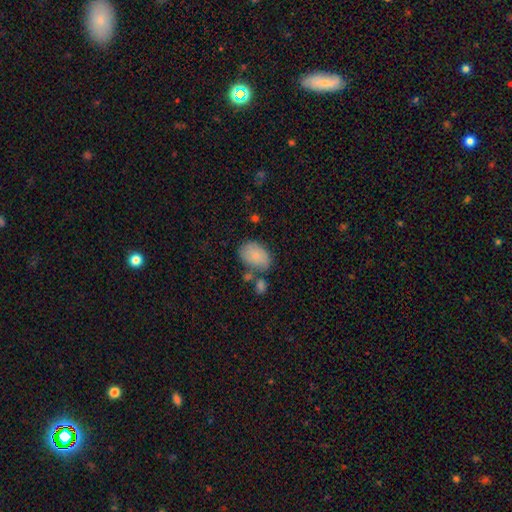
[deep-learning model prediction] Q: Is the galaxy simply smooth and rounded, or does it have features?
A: smooth — 80%.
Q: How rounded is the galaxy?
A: in between — 83%.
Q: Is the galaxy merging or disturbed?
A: none — 59%.